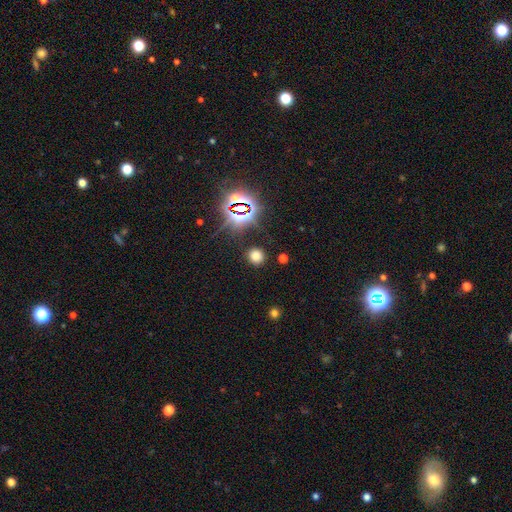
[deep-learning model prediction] smooth 68%, star or artifact 26%, featured or disk 6%. Down the decision tree: how rounded — round (87%); merging — none (87%).